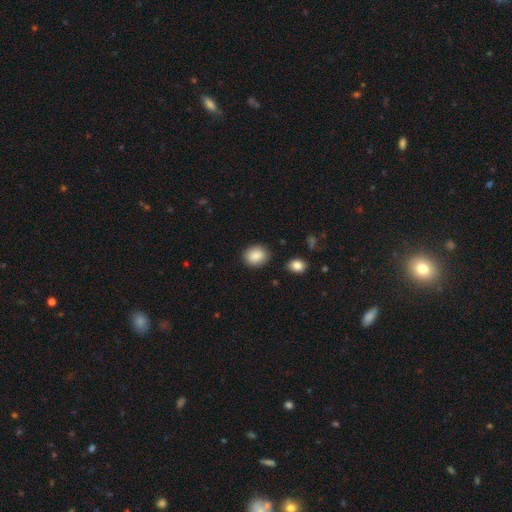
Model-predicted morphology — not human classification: smooth-or-featured: smooth: 88% | star or artifact: 7% | featured or disk: 5%
  how-rounded: round: 53% | in between: 46% | cigar-shaped: 1%
  merging: none: 86% | minor disturbance: 9% | major disturbance: 3% | merger: 2%